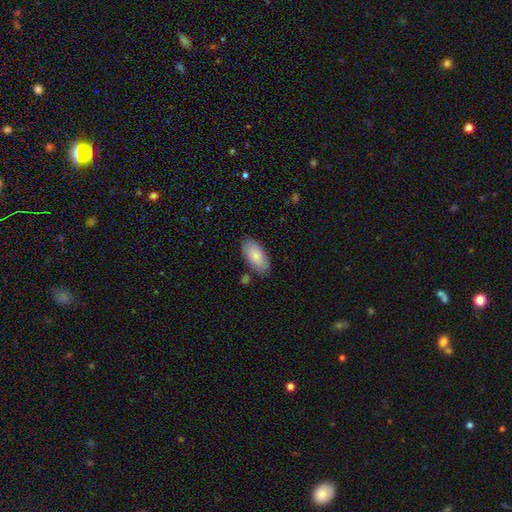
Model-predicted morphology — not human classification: type=smooth (82%); roundness=in between (93%); merging=none (81%).